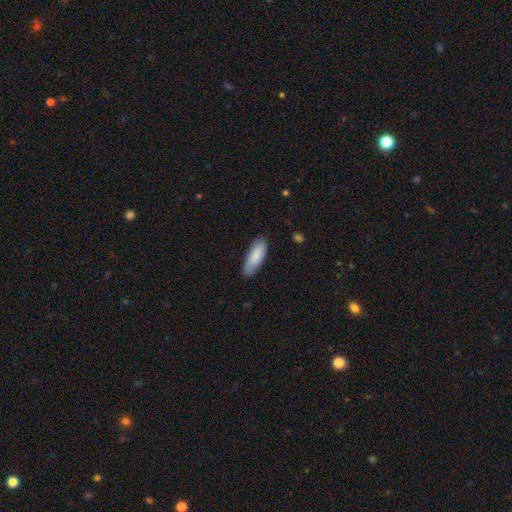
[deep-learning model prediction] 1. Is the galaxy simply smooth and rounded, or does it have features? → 86% smooth, 9% featured or disk, 5% star or artifact.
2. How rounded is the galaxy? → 62% in between, 36% cigar-shaped, 1% round.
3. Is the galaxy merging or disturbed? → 82% none, 15% minor disturbance, 2% major disturbance, 1% merger.